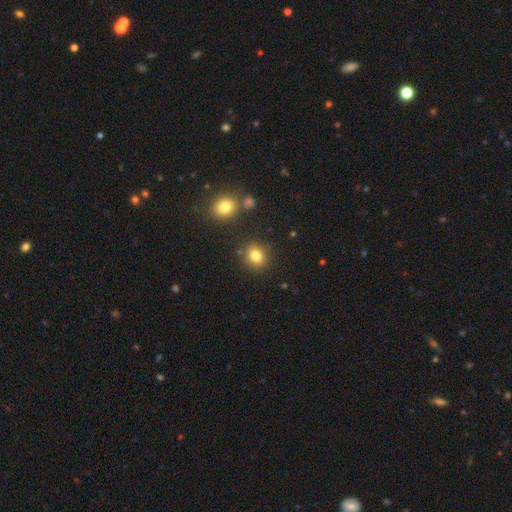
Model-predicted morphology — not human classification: A smooth galaxy with no disk features (81%) that is round (77%). Merging: none (84%).